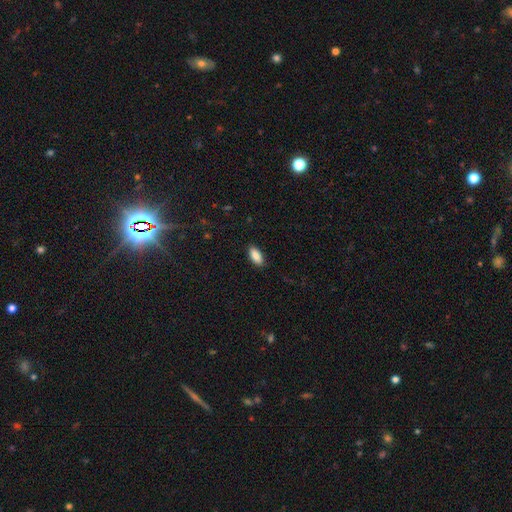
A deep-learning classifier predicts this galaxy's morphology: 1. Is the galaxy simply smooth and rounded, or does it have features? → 88% smooth, 7% star or artifact, 5% featured or disk.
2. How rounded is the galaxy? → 89% in between, 8% cigar-shaped, 2% round.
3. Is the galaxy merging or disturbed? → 88% none, 9% minor disturbance, 2% major disturbance, 1% merger.